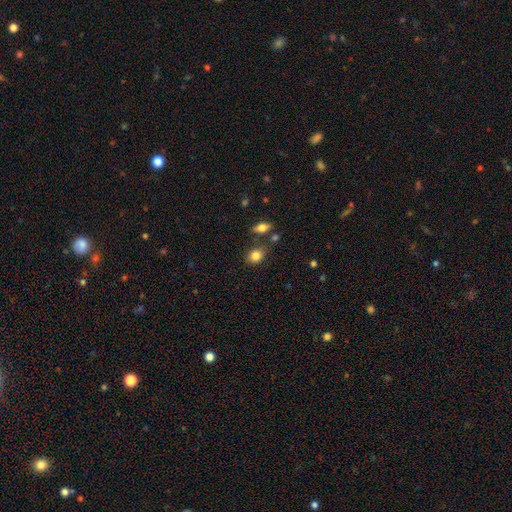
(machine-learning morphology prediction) Smooth or featured: smooth — 84% (star or artifact — 9%)
How rounded: in between — 53% (round — 46%)
Merging: none — 73% (minor disturbance — 14%)